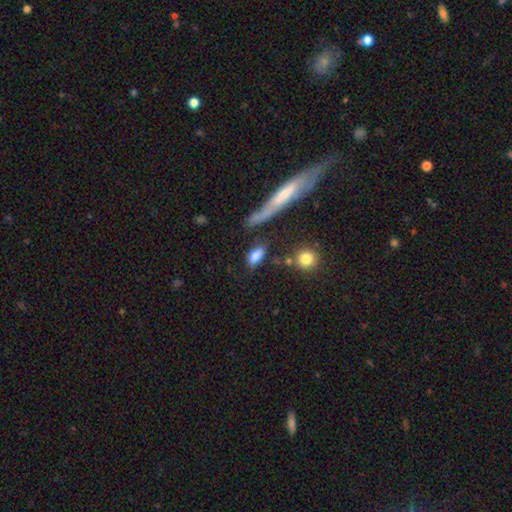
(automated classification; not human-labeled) Overall: smooth (81%). How rounded: in between (83%). Merging: none (66%).